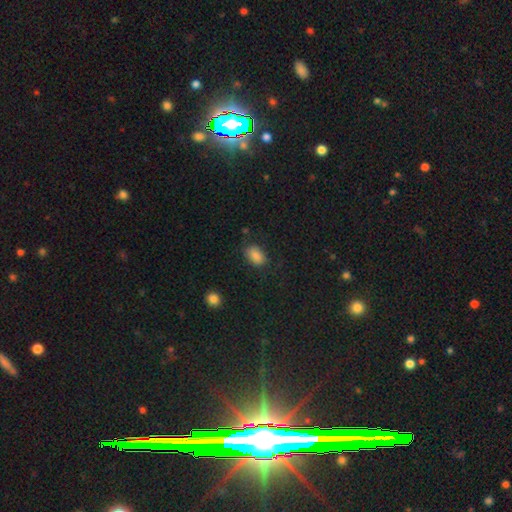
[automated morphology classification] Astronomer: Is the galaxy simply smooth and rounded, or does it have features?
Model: smooth — 85%.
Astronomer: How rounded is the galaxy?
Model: in between — 84%.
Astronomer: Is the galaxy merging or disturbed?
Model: none — 76%.